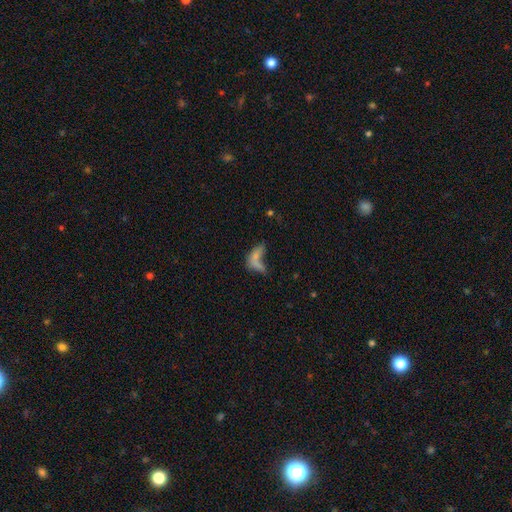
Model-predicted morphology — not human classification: The model was most divided on "merging": merger: 35%, none: 26%, major disturbance: 26%, minor disturbance: 13%. More confident: how rounded — in between (66%); smooth or featured — smooth (56%).